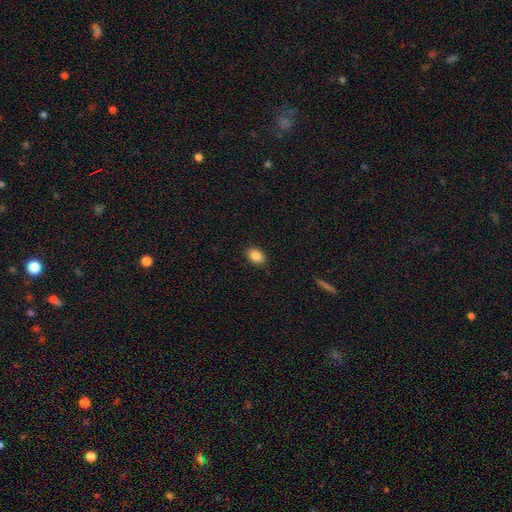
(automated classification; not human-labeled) Overall: smooth (86%). How rounded: in between (79%). Merging: none (88%).